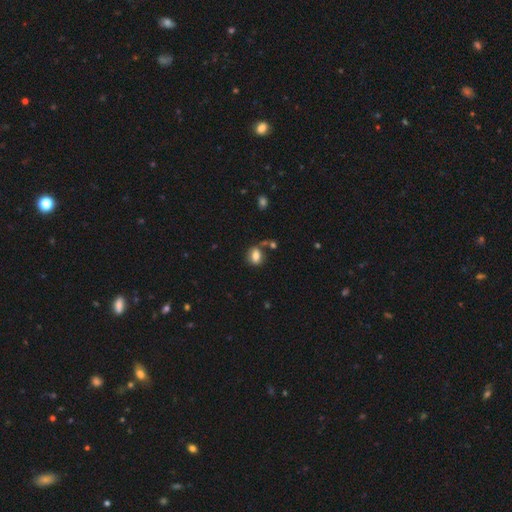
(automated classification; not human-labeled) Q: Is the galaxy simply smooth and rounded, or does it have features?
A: smooth — 76%.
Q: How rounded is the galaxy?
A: in between — 59%.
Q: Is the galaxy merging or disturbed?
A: none — 63%.